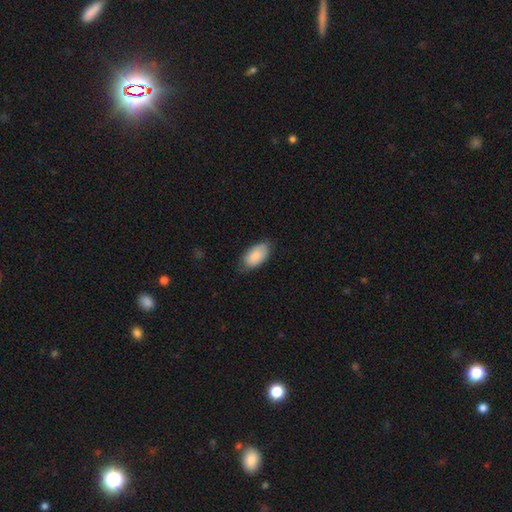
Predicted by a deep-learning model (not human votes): A smooth galaxy with no disk features (87%) that is in between round and cigar-shaped (95%).

Vote fractions:
- Smooth or featured? smooth: 87% / featured or disk: 7% / star or artifact: 6%
- How rounded? in between: 95% / round: 3% / cigar-shaped: 2%
- Merging? none: 74% / minor disturbance: 22% / major disturbance: 3% / merger: 1%